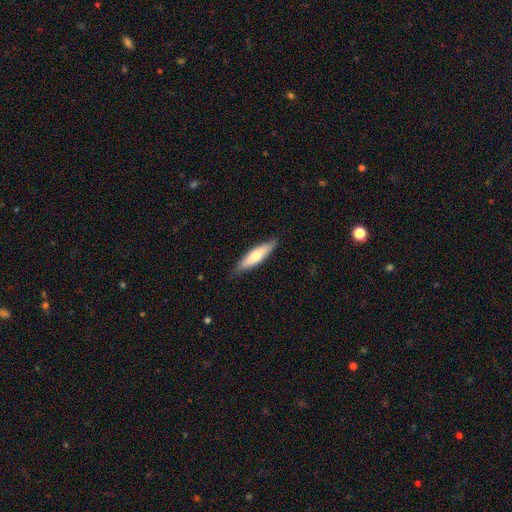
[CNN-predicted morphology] Smooth or featured: smooth — 64% (featured or disk — 30%)
How rounded: cigar-shaped — 70% (in between — 29%)
Merging: none — 84% (minor disturbance — 13%)